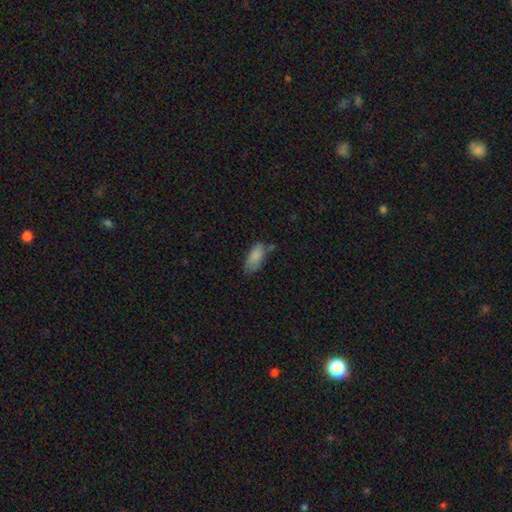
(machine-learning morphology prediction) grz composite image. It shows a smooth galaxy with no disk features (85%) that is in between round and cigar-shaped (88%). Merging: none (51%).